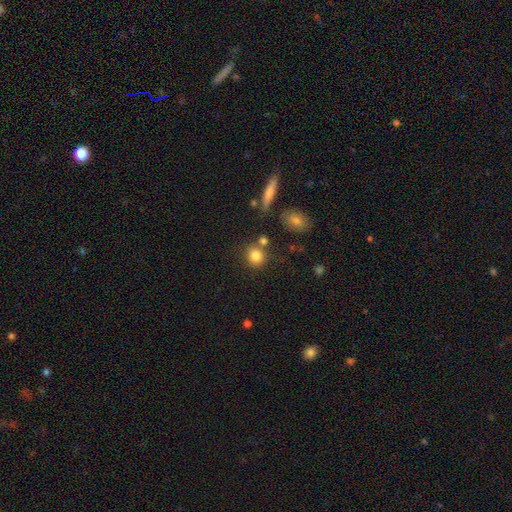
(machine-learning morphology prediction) A smooth galaxy with no disk features (82%) that is round (80%).

Vote fractions:
- Smooth or featured? smooth: 82% / star or artifact: 11% / featured or disk: 8%
- How rounded? round: 80% / in between: 19% / cigar-shaped: 2%
- Merging? none: 71% / merger: 14% / minor disturbance: 11% / major disturbance: 4%